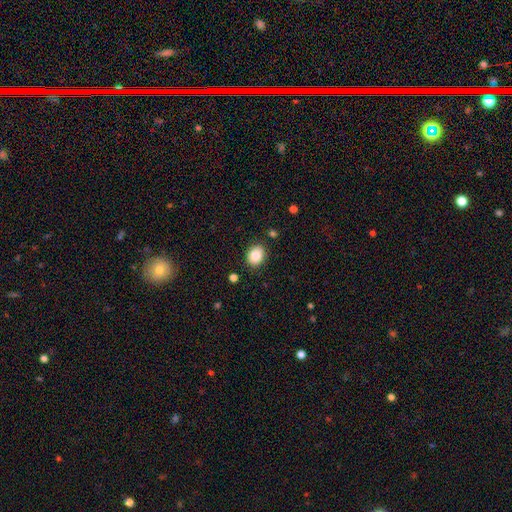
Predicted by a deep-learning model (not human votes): Morphology: type=smooth (86%); roundness=in between (56%); merging=none (86%).